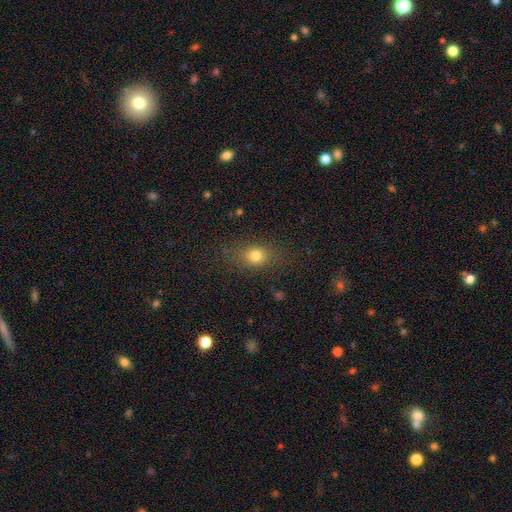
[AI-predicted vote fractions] A smooth galaxy with no disk features (76%) that is in between round and cigar-shaped (56%).

Vote fractions:
- Smooth or featured? smooth: 76% / star or artifact: 14% / featured or disk: 10%
- How rounded? in between: 56% / round: 40% / cigar-shaped: 4%
- Merging? none: 80% / minor disturbance: 13% / major disturbance: 6% / merger: 1%